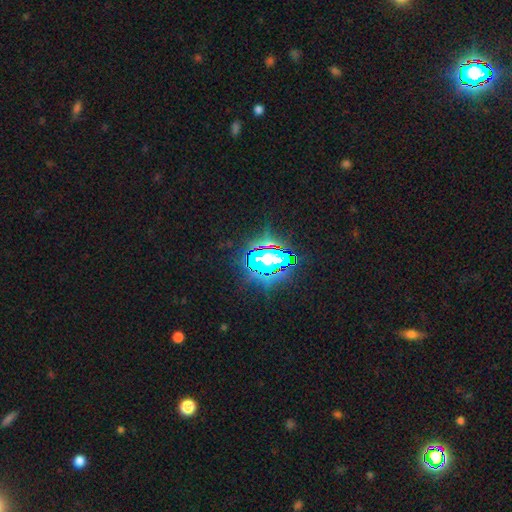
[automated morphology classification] Smooth or featured? star or artifact (74%)